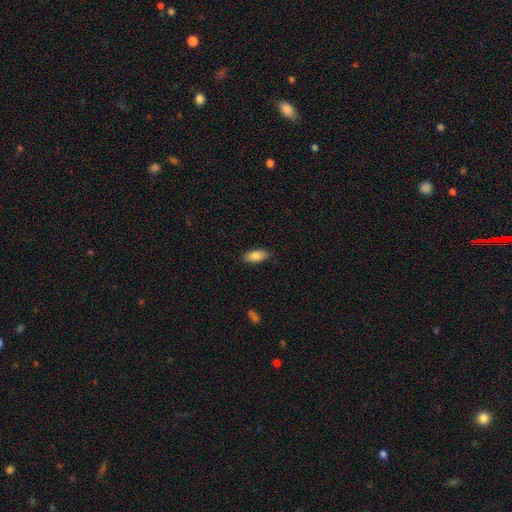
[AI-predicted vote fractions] Smooth or featured: smooth — 85% (featured or disk — 8%)
How rounded: in between — 86% (cigar-shaped — 11%)
Merging: none — 88% (minor disturbance — 9%)